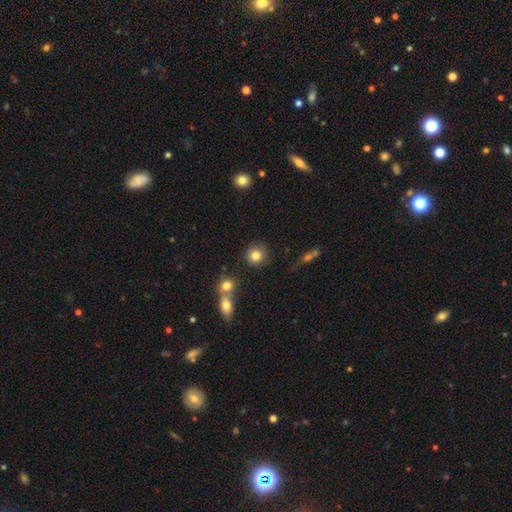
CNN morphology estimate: Smooth or featured? Predicted: smooth (p=0.82). How rounded? Predicted: round (p=0.90). Merging? Predicted: none (p=0.83).